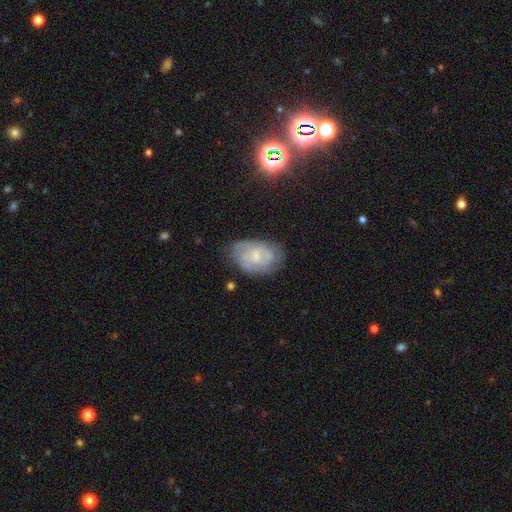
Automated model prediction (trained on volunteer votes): Morphology: type=featured or disk (60%); edge-on=no (96%); bar=no (60%); spiral arms=yes (74%); bulge=small (60%); merging=none (68%).